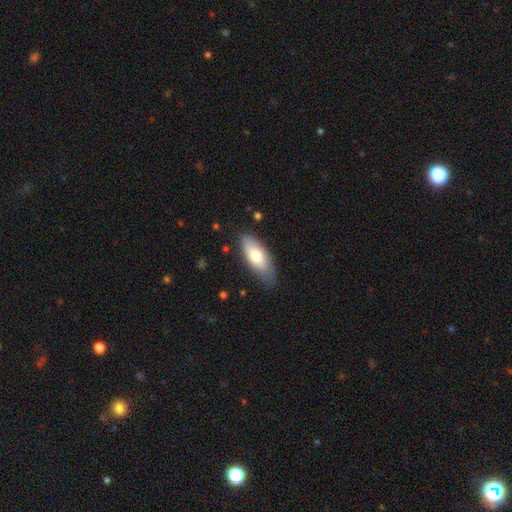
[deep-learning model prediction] This appears to be a smooth galaxy with no disk features (72%) that is in between round and cigar-shaped (82%). Merging: none (75%).